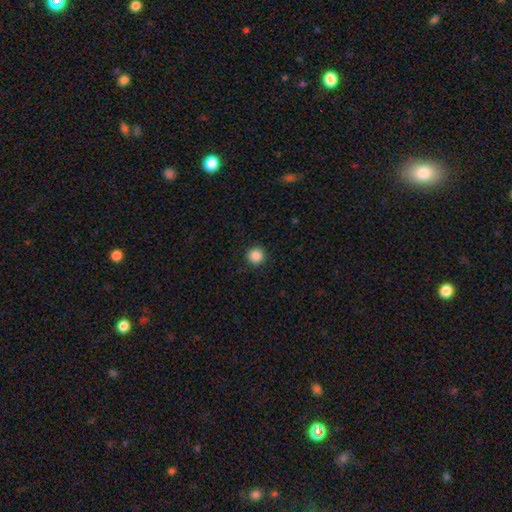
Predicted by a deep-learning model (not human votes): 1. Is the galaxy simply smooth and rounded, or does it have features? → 87% smooth, 10% star or artifact, 3% featured or disk.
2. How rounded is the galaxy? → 96% round, 3% in between, 1% cigar-shaped.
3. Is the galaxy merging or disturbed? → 92% none, 5% minor disturbance, 2% major disturbance, 1% merger.